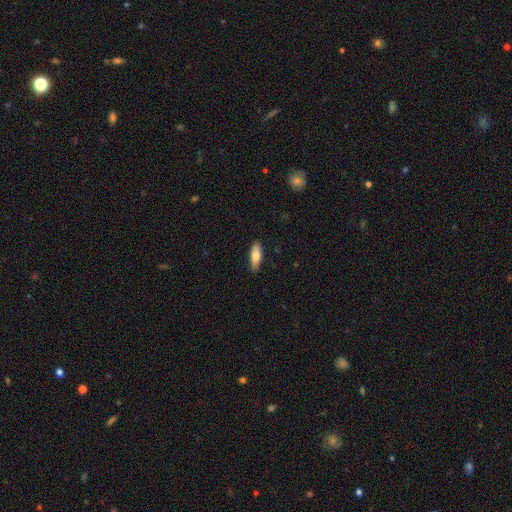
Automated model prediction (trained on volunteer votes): This appears to be a smooth galaxy with no disk features (72%) that is in between round and cigar-shaped (59%). Merging: none (88%).